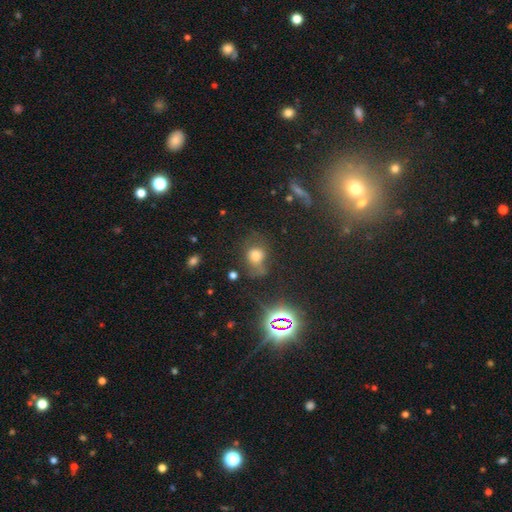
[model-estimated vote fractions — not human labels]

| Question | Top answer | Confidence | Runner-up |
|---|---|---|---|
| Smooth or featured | smooth | 55% | star or artifact (28%) |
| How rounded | round | 59% | in between (40%) |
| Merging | none | 50% | minor disturbance (23%) |